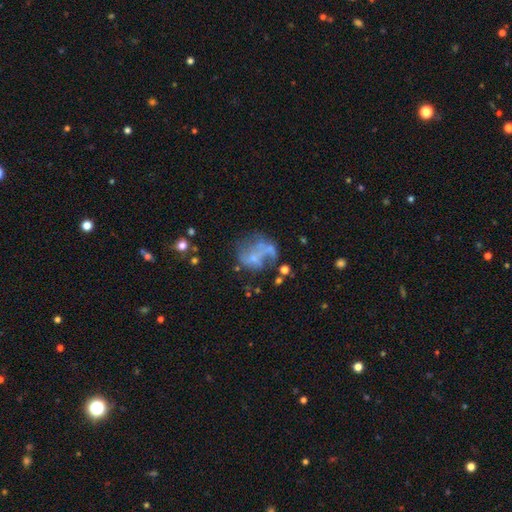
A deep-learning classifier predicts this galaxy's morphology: A featured or disk galaxy (57%) with no bar (76%), no spiral arms (68%) and a small central bulge (48%). Merging: major disturbance (34%).